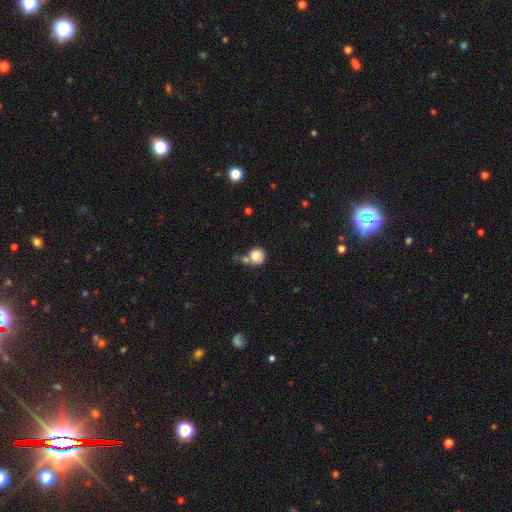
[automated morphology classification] This is likely a smooth galaxy (80%). How rounded: clearly round (85%). Merging: marginally none (39%).